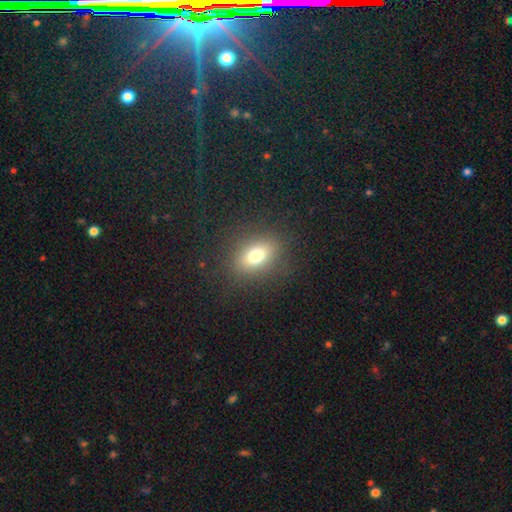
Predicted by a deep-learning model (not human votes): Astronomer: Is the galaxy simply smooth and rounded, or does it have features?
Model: smooth — 73%.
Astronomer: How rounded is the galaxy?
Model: in between — 65%.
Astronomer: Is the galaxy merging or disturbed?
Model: none — 85%.